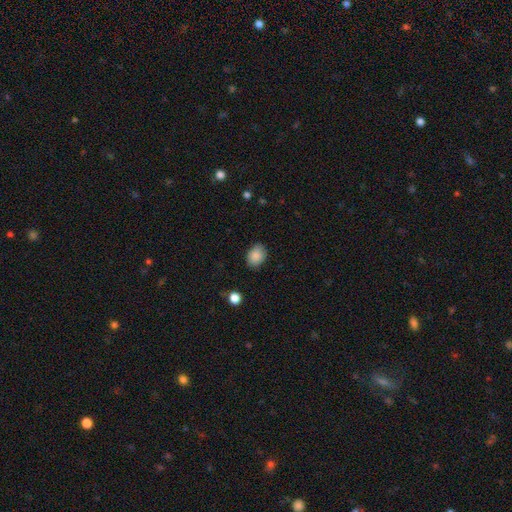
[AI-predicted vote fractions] Smooth or featured: smooth — 87% (star or artifact — 8%)
How rounded: in between — 70% (round — 29%)
Merging: none — 84% (minor disturbance — 12%)